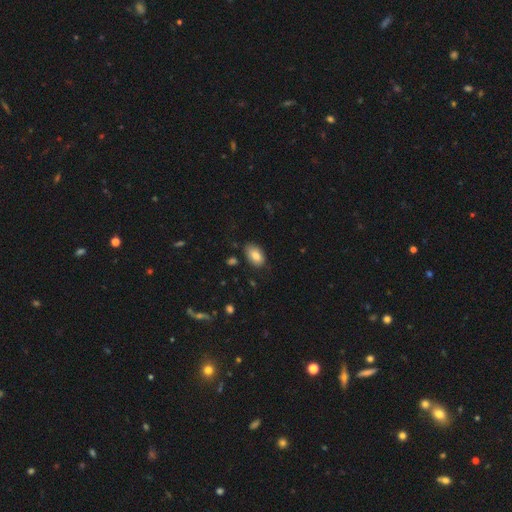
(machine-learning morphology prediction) Overall: smooth (80%). How rounded: in between (90%). Merging: none (77%).